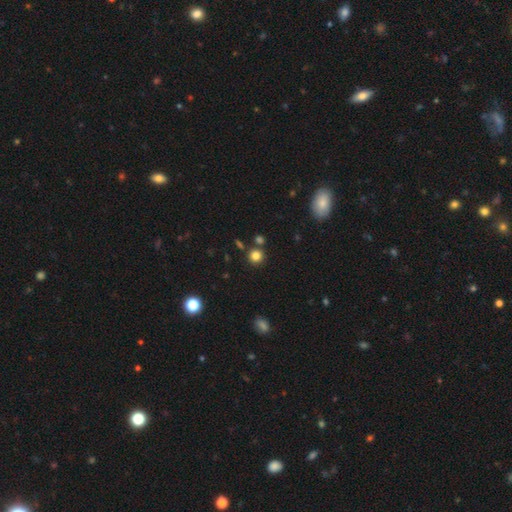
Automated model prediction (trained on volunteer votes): smooth-or-featured: smooth: 82% | star or artifact: 13% | featured or disk: 5%
  how-rounded: round: 92% | in between: 7% | cigar-shaped: 1%
  merging: none: 82% | merger: 8% | minor disturbance: 7% | major disturbance: 2%